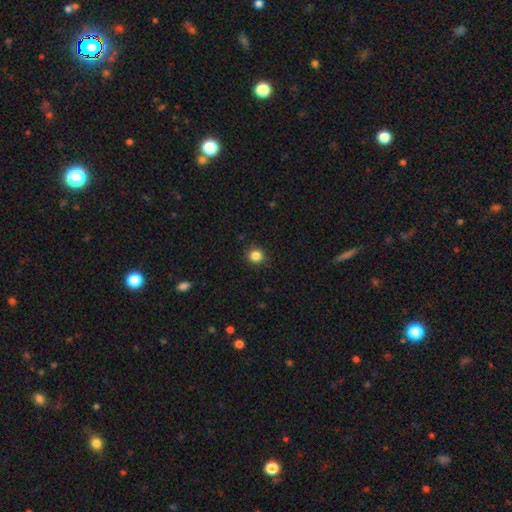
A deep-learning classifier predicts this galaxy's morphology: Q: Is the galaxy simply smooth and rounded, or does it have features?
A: smooth — 85%.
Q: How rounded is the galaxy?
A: round — 90%.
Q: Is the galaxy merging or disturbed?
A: none — 90%.